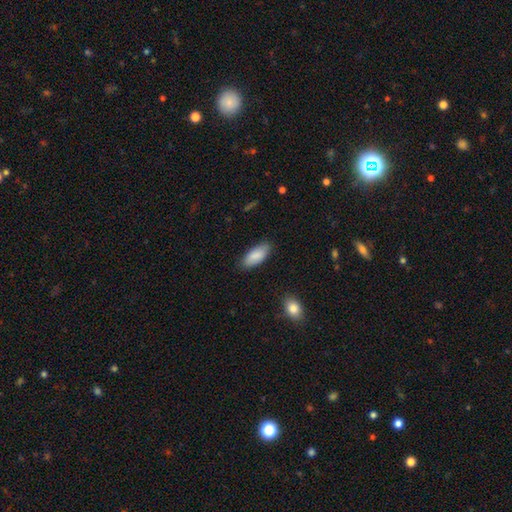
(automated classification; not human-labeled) smooth_or_featured: smooth (p=0.87) [alt: featured or disk p=0.07]
how_rounded: in between (p=0.86) [alt: cigar-shaped p=0.13]
merging: none (p=0.84) [alt: minor disturbance p=0.13]